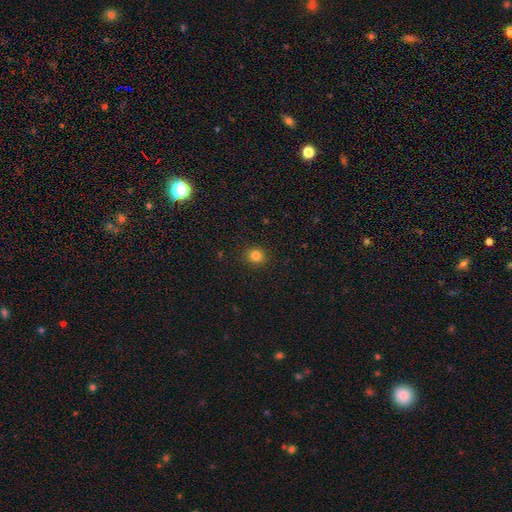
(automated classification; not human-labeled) Overall: smooth (82%). How rounded: round (89%). Merging: none (91%).